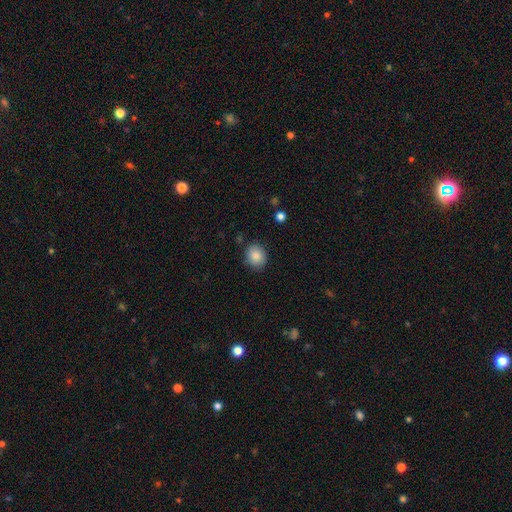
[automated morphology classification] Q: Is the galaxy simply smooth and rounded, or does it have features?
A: smooth — 87%.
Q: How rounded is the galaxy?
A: round — 61%.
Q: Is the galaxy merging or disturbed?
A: none — 84%.